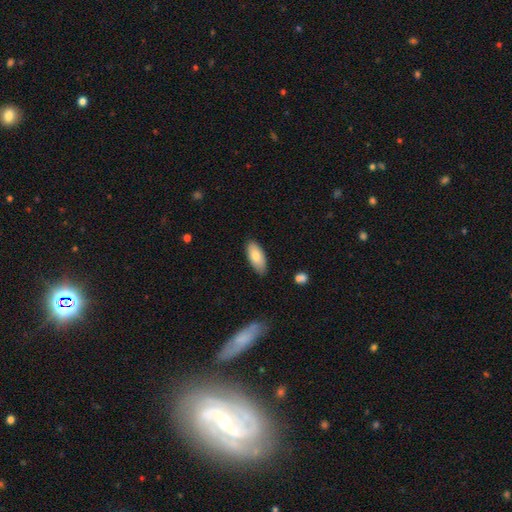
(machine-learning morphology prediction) smooth-or-featured: smooth: 79% | featured or disk: 15% | star or artifact: 6%
  how-rounded: in between: 88% | cigar-shaped: 10% | round: 2%
  merging: none: 82% | minor disturbance: 14% | major disturbance: 2% | merger: 1%